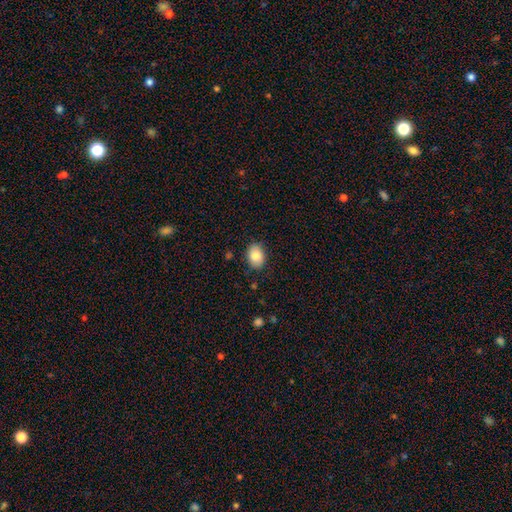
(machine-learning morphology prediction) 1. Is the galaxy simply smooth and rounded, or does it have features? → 85% smooth, 8% featured or disk, 7% star or artifact.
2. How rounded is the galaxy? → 74% in between, 26% round, 1% cigar-shaped.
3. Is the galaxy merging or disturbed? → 85% none, 11% minor disturbance, 2% major disturbance, 1% merger.